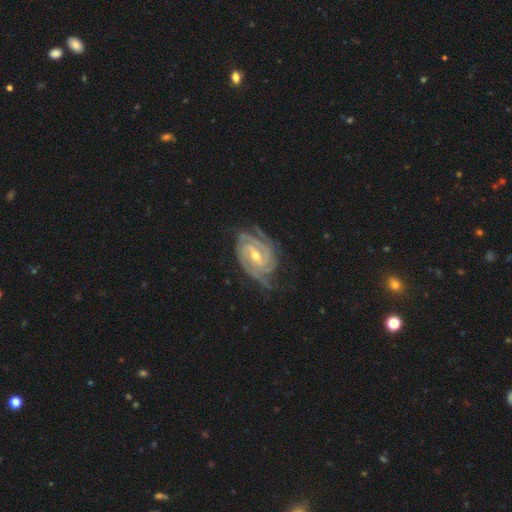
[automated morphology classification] Smooth or featured?
  - featured or disk: 93% *
  - star or artifact: 4%
  - smooth: 3%
Edge-on disk?
  - no: 98% *
  - yes: 2%
Bar?
  - weak: 46% *
  - strong: 30%
  - no: 25%
Spiral arms?
  - yes: 99% *
  - no: 1%
Spiral winding?
  - tight: 76% *
  - medium: 21%
  - loose: 3%
Spiral arm count?
  - 3: 36% *
  - 2: 21%
  - 4: 19%
  - can't tell: 12%
  - more than 4: 7%
  - 1: 6%
Bulge size?
  - moderate: 54% *
  - small: 43%
  - large: 1%
  - none: 1%
  - dominant: 1%
Merging?
  - none: 73% *
  - minor disturbance: 20%
  - major disturbance: 6%
  - merger: 1%